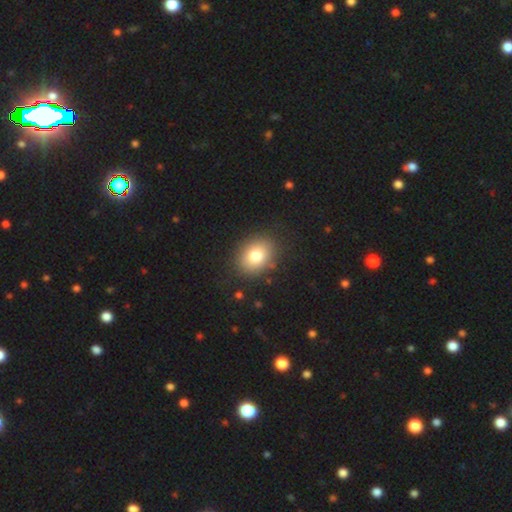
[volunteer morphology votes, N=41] Smooth or featured: smooth — 78% (featured or disk — 12%)
How rounded: round — 56% (in between — 44%)
Merging: none — 84% (minor disturbance — 8%)